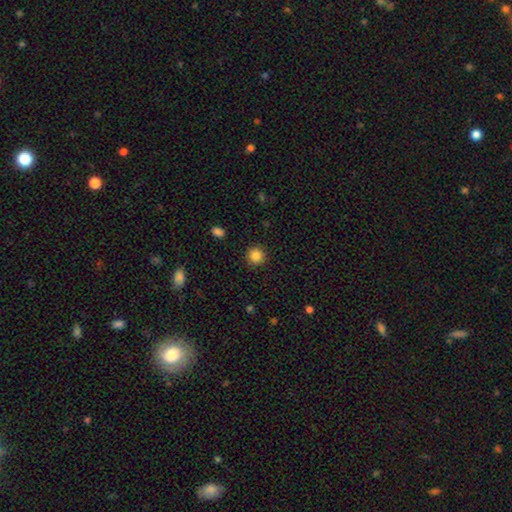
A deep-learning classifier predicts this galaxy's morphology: Overall: smooth (84%). How rounded: round (95%). Merging: none (92%).